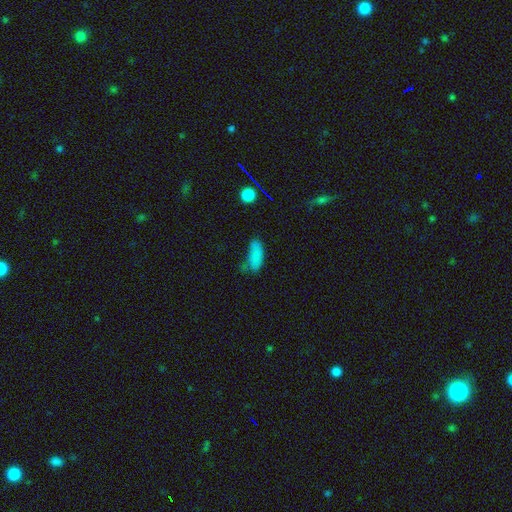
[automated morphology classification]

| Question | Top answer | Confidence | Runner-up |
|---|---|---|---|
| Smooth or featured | smooth | 81% | star or artifact (11%) |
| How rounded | in between | 78% | cigar-shaped (19%) |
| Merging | none | 47% | minor disturbance (31%) |